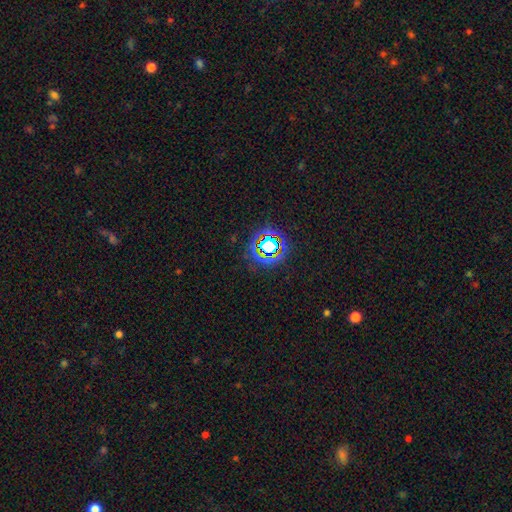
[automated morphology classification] Smooth or featured?
  - star or artifact: 77% *
  - smooth: 15%
  - featured or disk: 8%